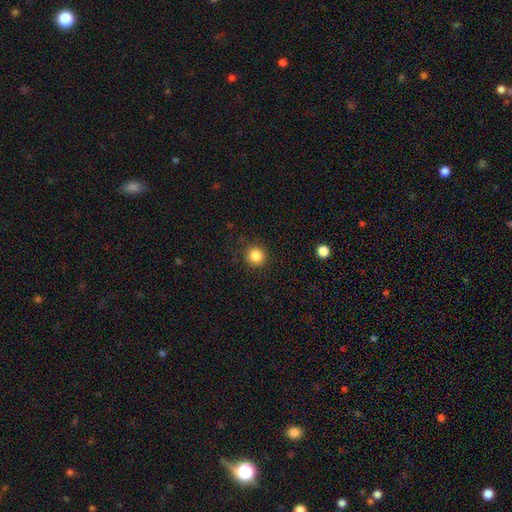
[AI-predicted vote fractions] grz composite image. It shows a smooth galaxy with no disk features (85%) that is round (93%). Merging: none (90%).